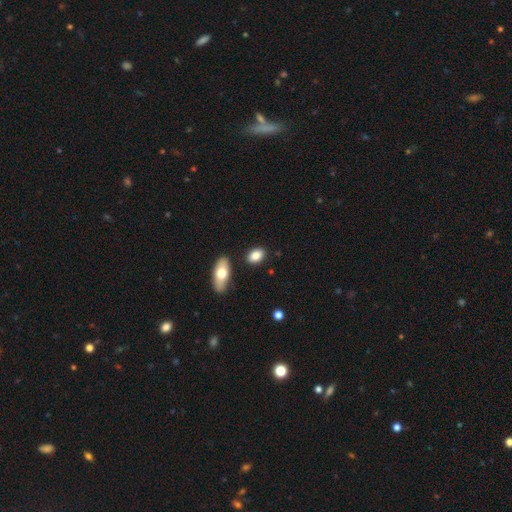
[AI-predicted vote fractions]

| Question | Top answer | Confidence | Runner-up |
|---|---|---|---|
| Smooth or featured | smooth | 85% | featured or disk (8%) |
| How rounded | in between | 87% | round (10%) |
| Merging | none | 84% | minor disturbance (9%) |